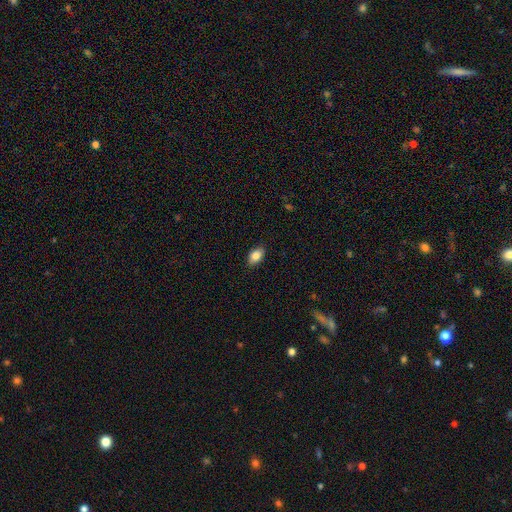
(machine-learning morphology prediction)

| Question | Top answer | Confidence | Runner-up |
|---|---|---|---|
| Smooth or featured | smooth | 86% | star or artifact (8%) |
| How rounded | in between | 91% | round (7%) |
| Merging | none | 88% | minor disturbance (9%) |